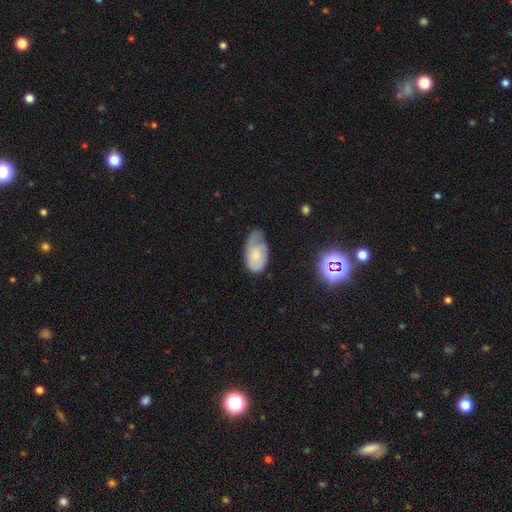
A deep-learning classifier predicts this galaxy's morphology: Smooth or featured? Predicted: smooth (p=0.58). How rounded? Predicted: in between (p=0.93). Merging? Predicted: none (p=0.40).